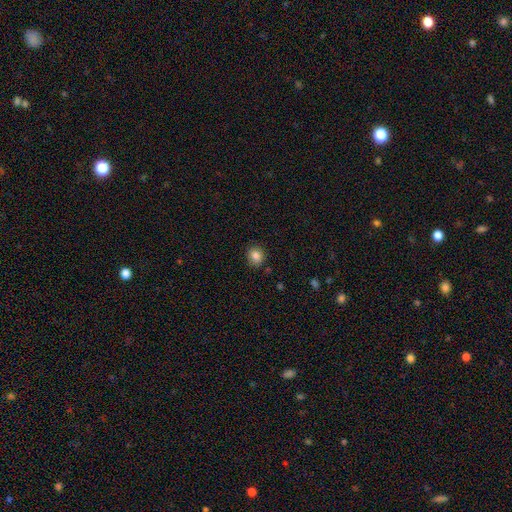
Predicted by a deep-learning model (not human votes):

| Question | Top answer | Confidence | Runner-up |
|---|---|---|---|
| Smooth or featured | smooth | 84% | star or artifact (10%) |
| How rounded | round | 76% | in between (23%) |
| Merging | none | 87% | minor disturbance (9%) |